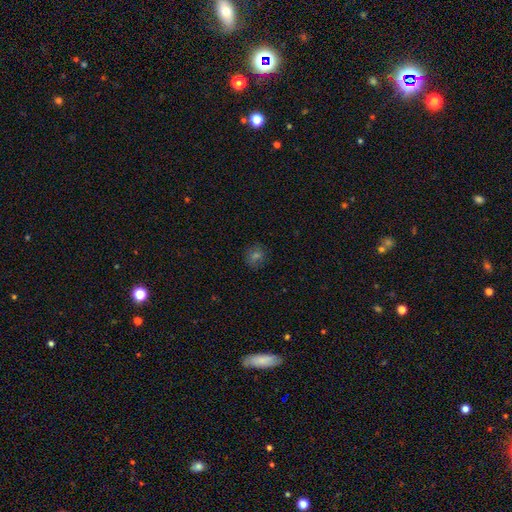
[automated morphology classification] Smooth or featured: smooth — 64% (star or artifact — 23%)
How rounded: round — 87% (in between — 12%)
Merging: none — 87% (minor disturbance — 9%)